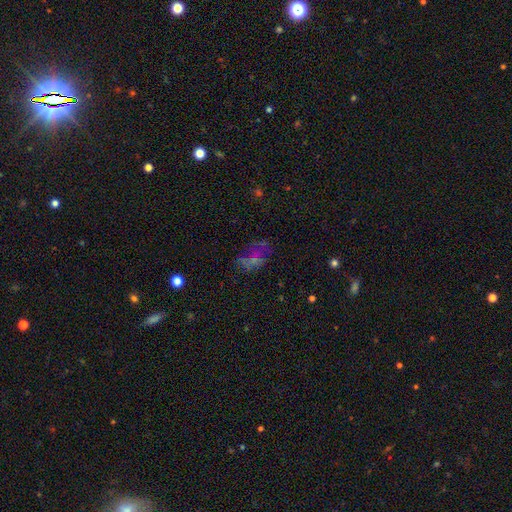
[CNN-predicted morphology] Smooth or featured? smooth (39%)
Merging? none (42%)